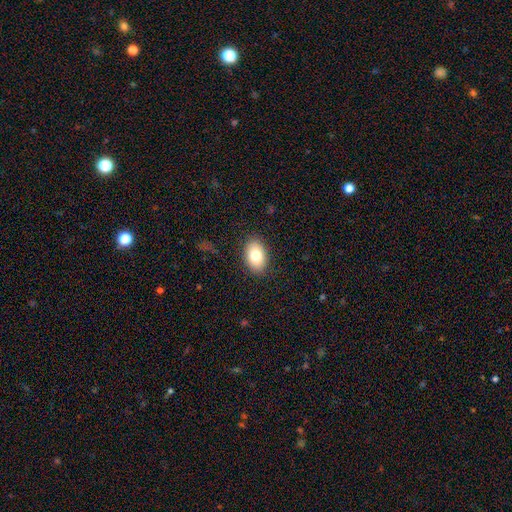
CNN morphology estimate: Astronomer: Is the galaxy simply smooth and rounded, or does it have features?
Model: smooth — 78%.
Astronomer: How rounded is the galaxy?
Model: in between — 87%.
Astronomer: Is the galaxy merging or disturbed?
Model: none — 87%.